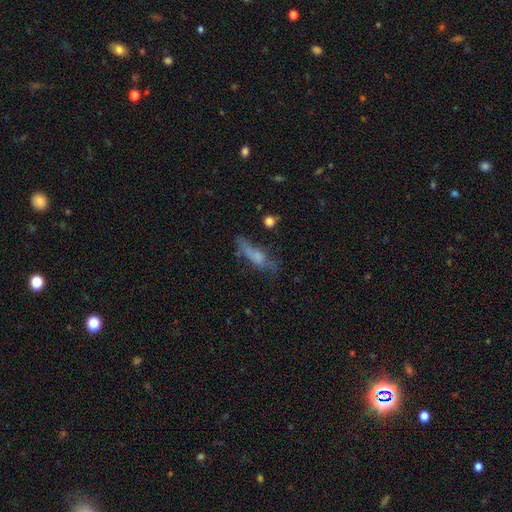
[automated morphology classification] Q: Smooth or featured?
A: smooth (51%); runner-up: featured or disk (37%)
Q: How rounded?
A: cigar-shaped (61%); runner-up: in between (36%)
Q: Merging?
A: none (46%); runner-up: minor disturbance (26%)